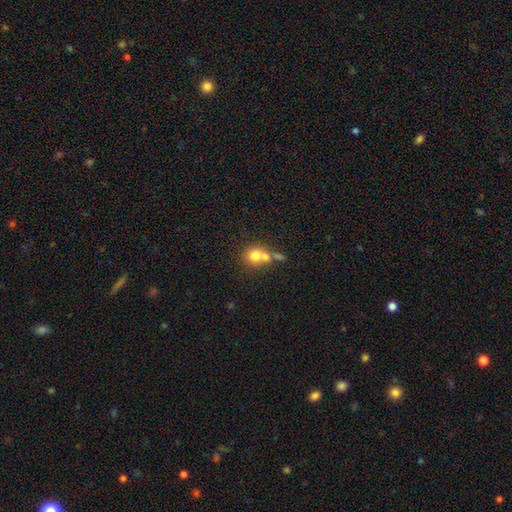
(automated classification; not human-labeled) Smooth or featured? Predicted: smooth (p=0.72). How rounded? Predicted: round (p=0.80). Merging? Predicted: merger (p=0.52).